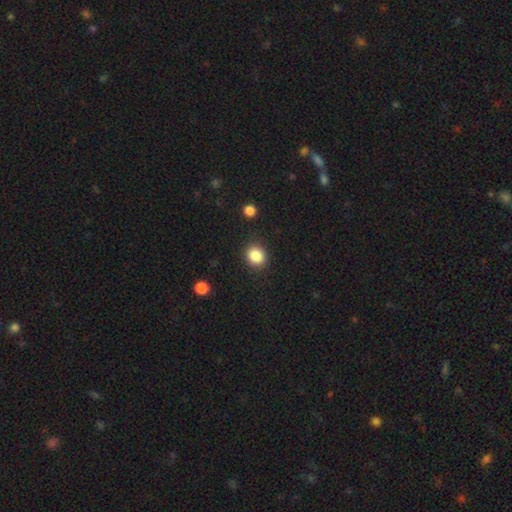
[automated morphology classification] Overall: smooth (86%). How rounded: round (73%). Merging: none (87%).